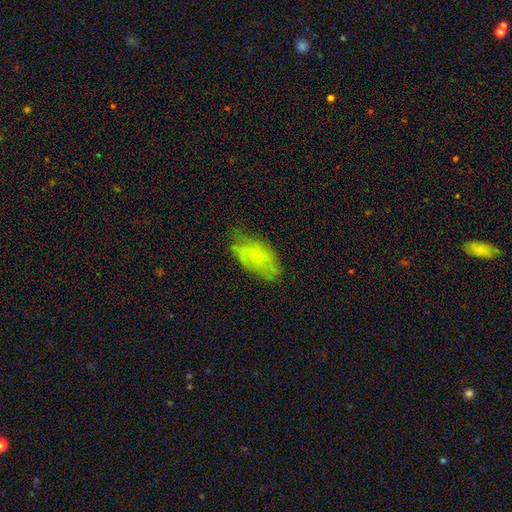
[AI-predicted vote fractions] smooth-or-featured: smooth: 61% | featured or disk: 30% | star or artifact: 9%
  how-rounded: in between: 92% | cigar-shaped: 5% | round: 3%
  merging: none: 52% | minor disturbance: 32% | major disturbance: 14% | merger: 2%